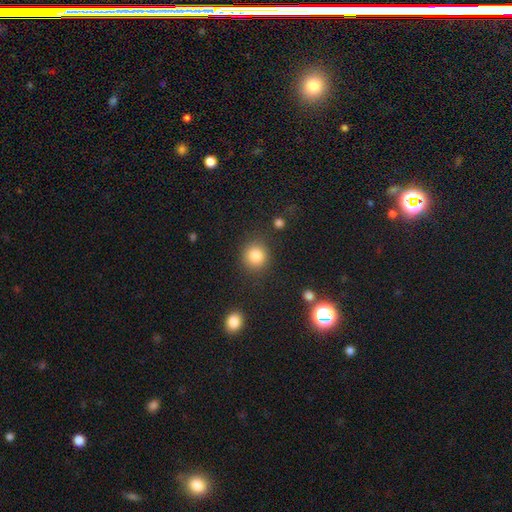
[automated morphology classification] A smooth galaxy with no disk features (84%) that is round (88%). Merging: none (85%).